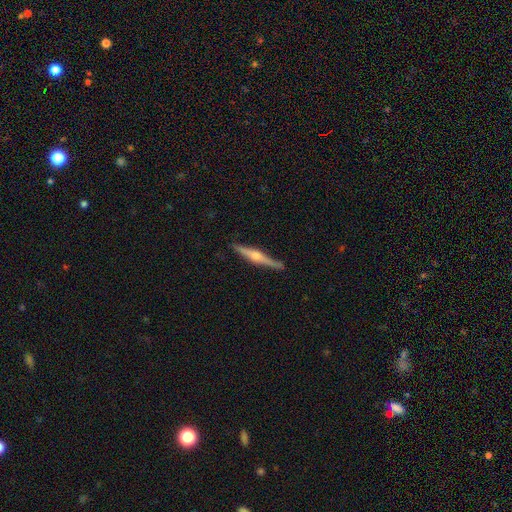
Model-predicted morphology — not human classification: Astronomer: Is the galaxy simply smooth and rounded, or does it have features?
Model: featured or disk — 77%.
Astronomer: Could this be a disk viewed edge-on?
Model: yes — 98%.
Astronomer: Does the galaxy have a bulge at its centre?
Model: rounded — 86%.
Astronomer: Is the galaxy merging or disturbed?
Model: none — 88%.